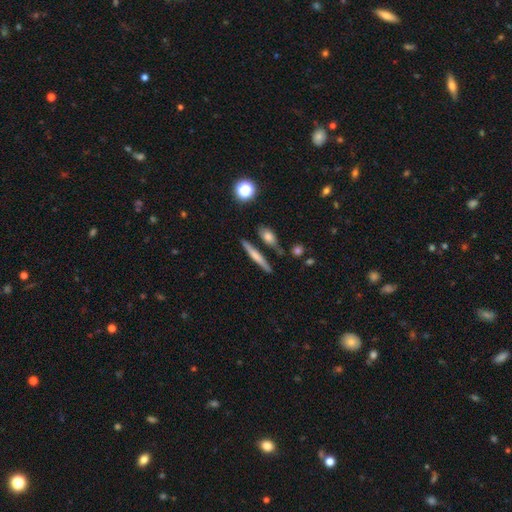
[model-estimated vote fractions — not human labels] Smooth or featured? Predicted: smooth (p=0.58). How rounded? Predicted: cigar-shaped (p=0.88). Merging? Predicted: none (p=0.80).